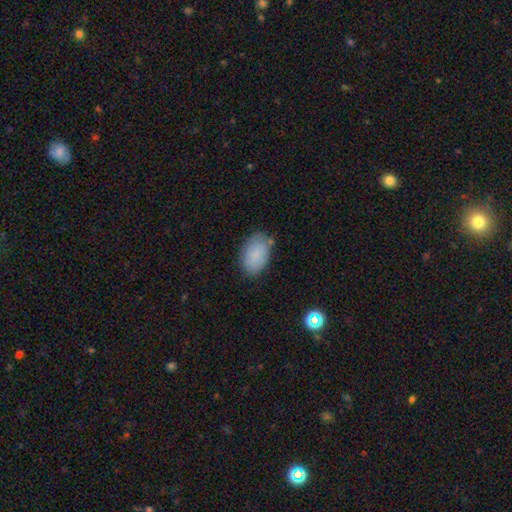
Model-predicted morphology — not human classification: Smooth or featured? smooth (85%)
How rounded? in between (93%)
Merging? none (73%)